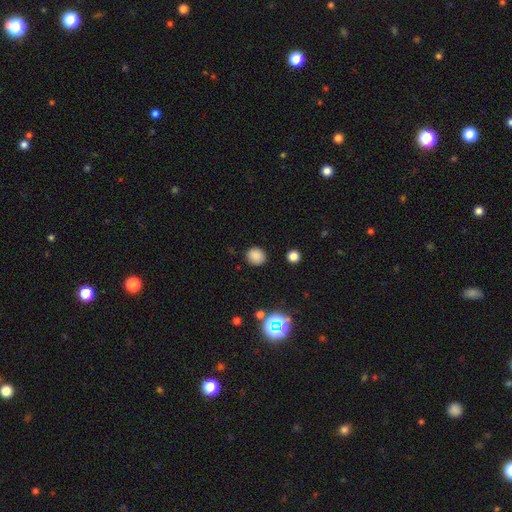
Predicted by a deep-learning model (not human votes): Overall: smooth (83%). How rounded: round (77%). Merging: none (88%).